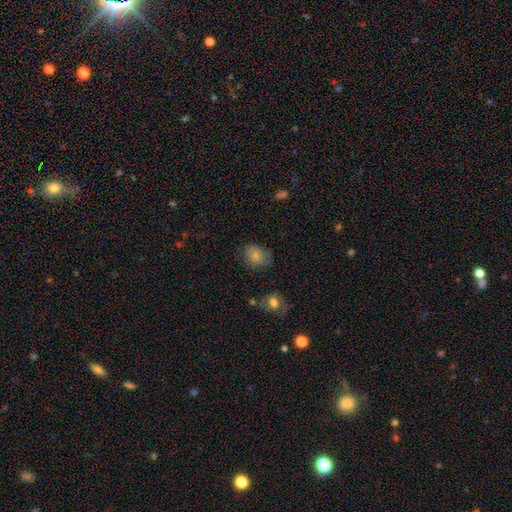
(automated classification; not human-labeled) This appears to be a smooth galaxy with no disk features (81%) that is in between round and cigar-shaped (53%). Merging: none (68%).